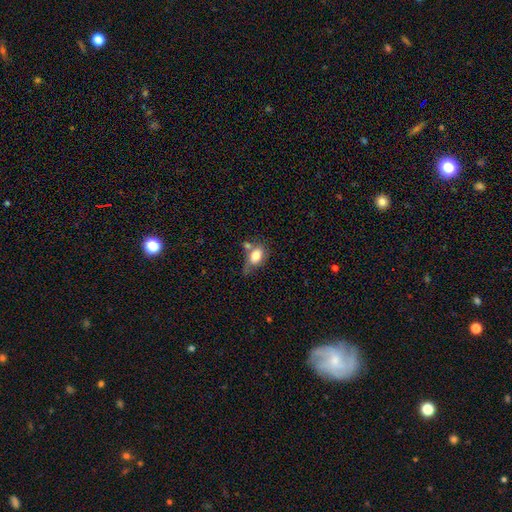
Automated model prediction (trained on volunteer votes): smooth 78%, featured or disk 14%, star or artifact 8%. Down the decision tree: how rounded — in between (79%); merging — none (35%).